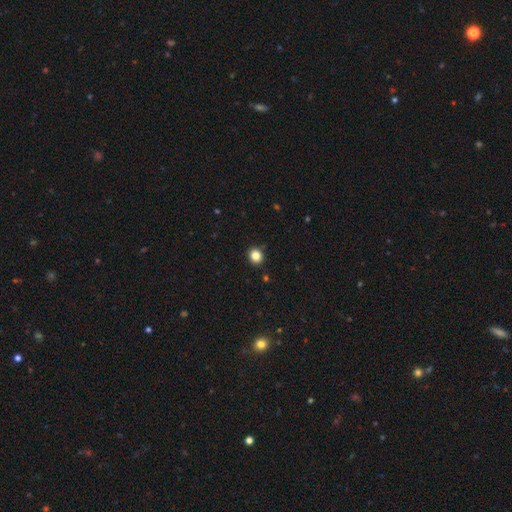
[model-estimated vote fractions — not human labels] Q: Smooth or featured?
A: smooth (84%); runner-up: star or artifact (11%)
Q: How rounded?
A: round (76%); runner-up: in between (23%)
Q: Merging?
A: none (90%); runner-up: minor disturbance (7%)